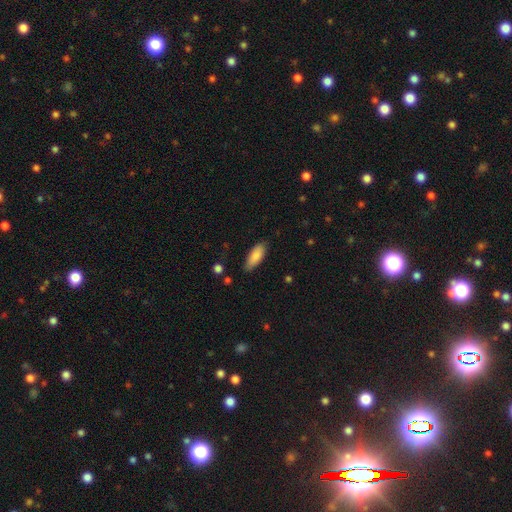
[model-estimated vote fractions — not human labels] smooth-or-featured: smooth: 87% | featured or disk: 7% | star or artifact: 6%
  how-rounded: in between: 74% | cigar-shaped: 24% | round: 2%
  merging: none: 80% | minor disturbance: 16% | major disturbance: 3% | merger: 1%